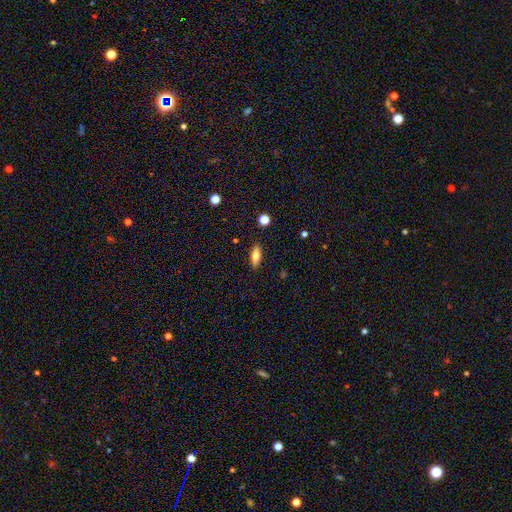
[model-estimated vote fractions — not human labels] This is likely a smooth galaxy (76%). How rounded: likely in between (71%). Merging: clearly none (88%).